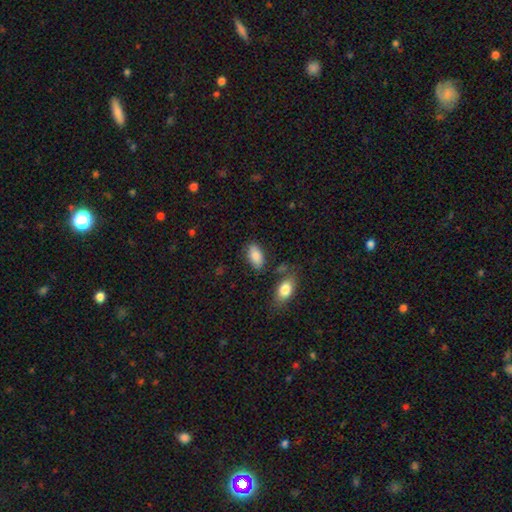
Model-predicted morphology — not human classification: Overall: smooth (85%). How rounded: in between (92%). Merging: none (78%).